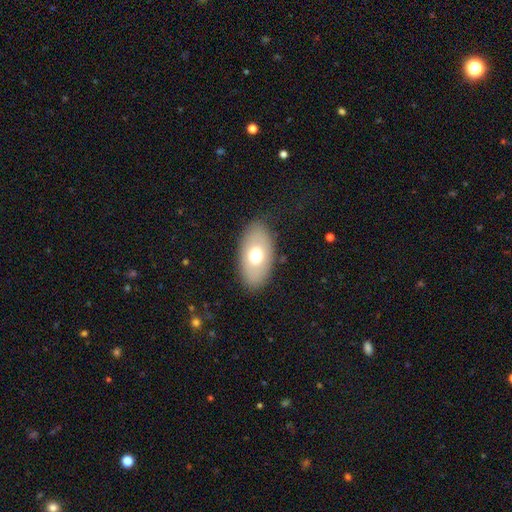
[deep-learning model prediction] Smooth or featured: smooth — 65% (featured or disk — 27%)
How rounded: in between — 91% (round — 7%)
Merging: none — 84% (minor disturbance — 11%)